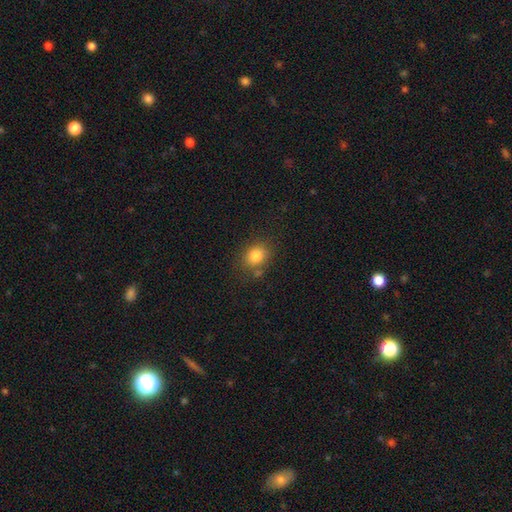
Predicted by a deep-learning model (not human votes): smooth-or-featured: smooth: 83% | star or artifact: 10% | featured or disk: 7%
  how-rounded: round: 54% | in between: 45% | cigar-shaped: 1%
  merging: none: 73% | minor disturbance: 15% | merger: 7% | major disturbance: 5%